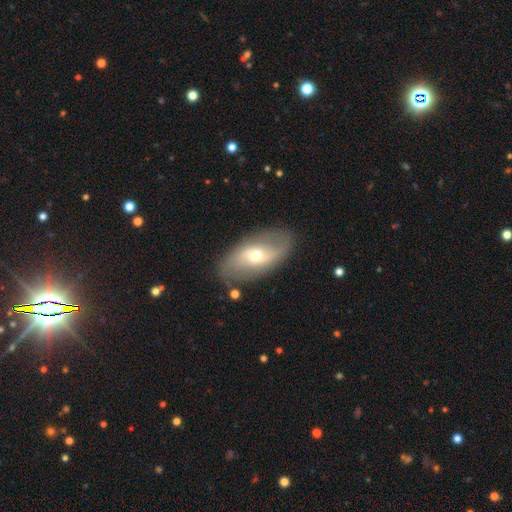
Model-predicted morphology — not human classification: featured or disk 58%, smooth 35%, star or artifact 7%. Down the decision tree: edge-on disk — no (89%); bar — no (48%); spiral arms — yes (63%); bulge size — moderate (51%); merging — none (81%).